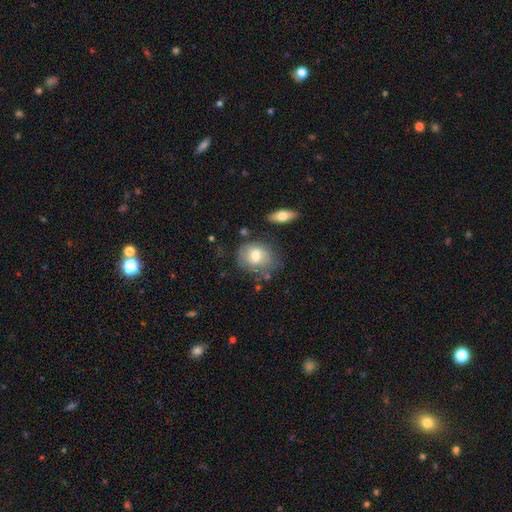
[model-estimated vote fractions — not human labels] A smooth galaxy with no disk features (65%) that is round (51%). Merging: none (59%).